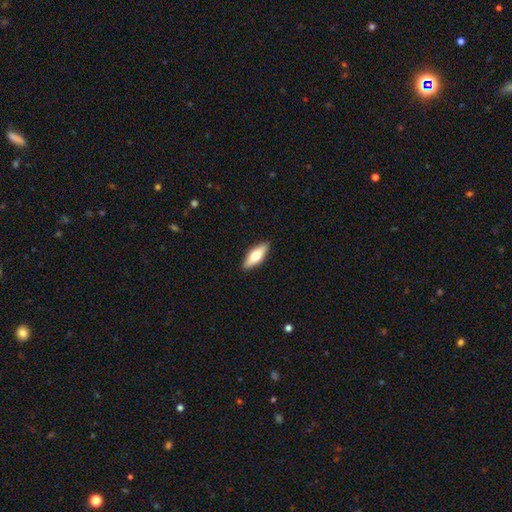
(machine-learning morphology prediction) smooth 61%, featured or disk 33%, star or artifact 6%. Down the decision tree: how rounded — in between (64%); merging — none (90%).